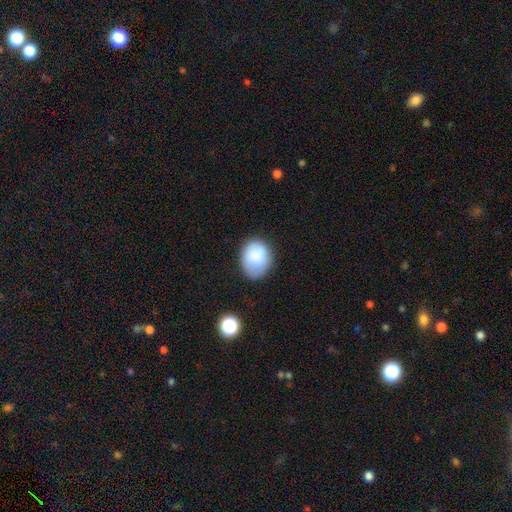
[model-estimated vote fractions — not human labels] smooth-or-featured: smooth: 85% | star or artifact: 8% | featured or disk: 7%
  how-rounded: in between: 50% | round: 49% | cigar-shaped: 1%
  merging: none: 69% | minor disturbance: 23% | major disturbance: 6% | merger: 2%